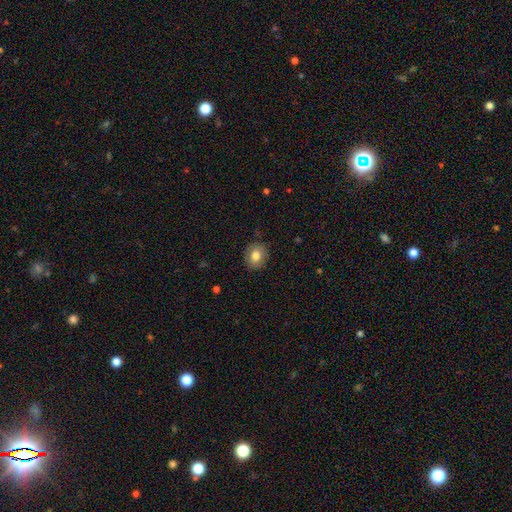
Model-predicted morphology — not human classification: Overall: smooth (79%). How rounded: round (65%; in between 35%). Merging: none (87%).